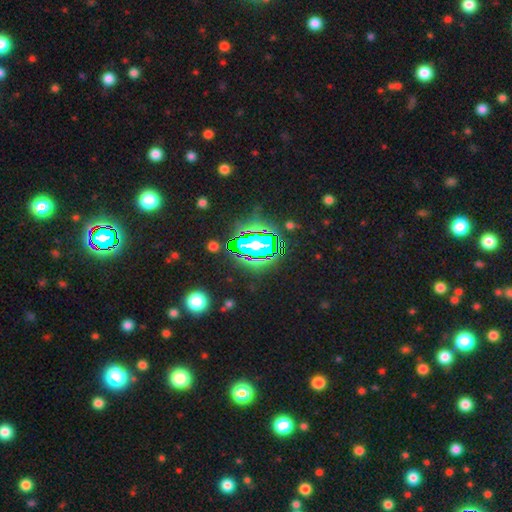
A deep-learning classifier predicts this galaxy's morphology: The model was most divided on "smooth or featured": star or artifact: 80%, smooth: 12%, featured or disk: 8%.